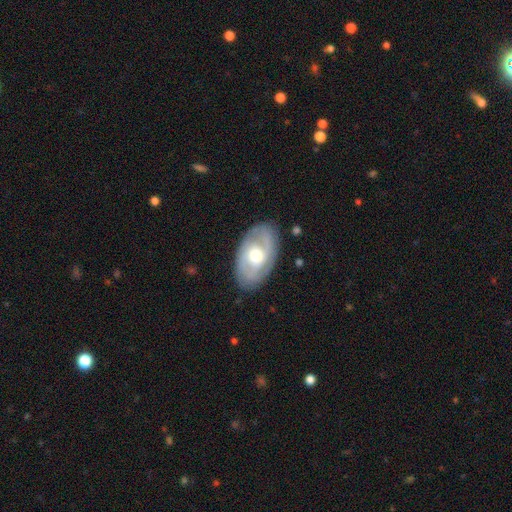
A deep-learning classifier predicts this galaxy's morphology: Overall: featured or disk (68%). Edge-on disk: no (93%). Bar: no (66%; weak 27%). Spiral arms: yes (73%). Bulge size: moderate (70%). Merging: none (81%).